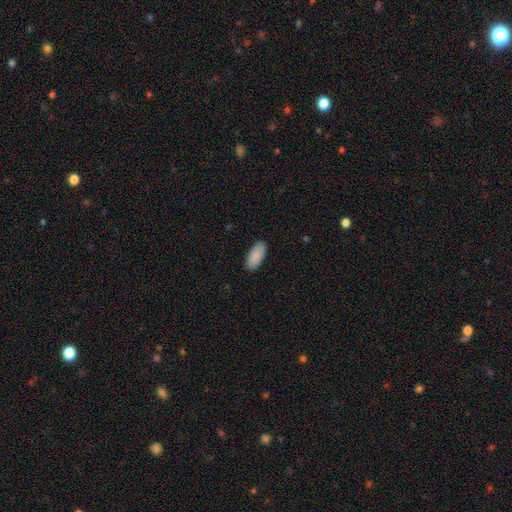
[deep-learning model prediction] Smooth or featured?
  - smooth: 90% *
  - star or artifact: 6%
  - featured or disk: 5%
How rounded?
  - in between: 91% *
  - cigar-shaped: 7%
  - round: 2%
Merging?
  - none: 88% *
  - minor disturbance: 9%
  - major disturbance: 2%
  - merger: 1%